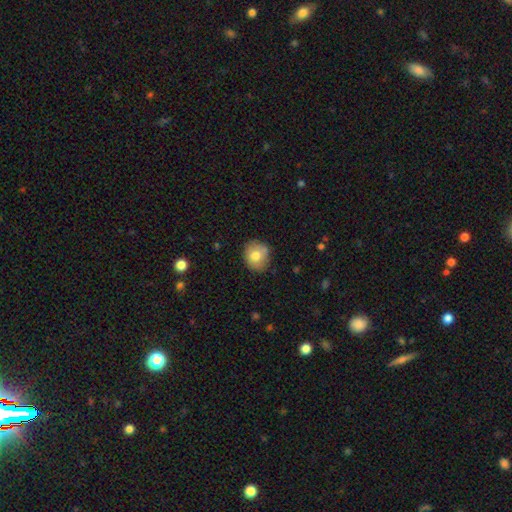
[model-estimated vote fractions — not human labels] Morphology: type=smooth (77%); roundness=round (78%); merging=none (80%).